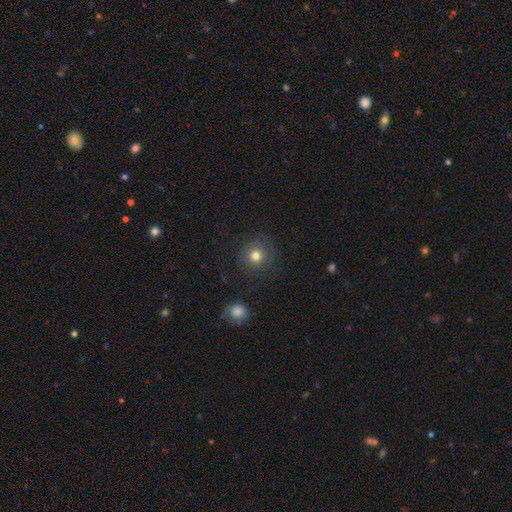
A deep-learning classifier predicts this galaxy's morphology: Smooth or featured? Predicted: smooth (p=0.79). How rounded? Predicted: round (p=0.92). Merging? Predicted: none (p=0.85).